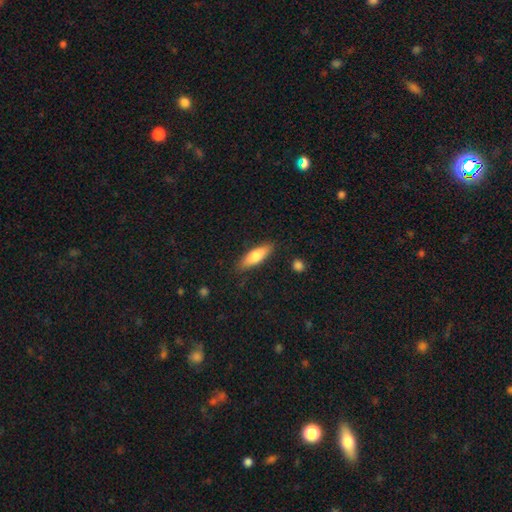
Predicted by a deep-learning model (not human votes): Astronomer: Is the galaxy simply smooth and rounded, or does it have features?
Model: smooth — 69%.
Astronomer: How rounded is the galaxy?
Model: cigar-shaped — 51% (runner-up: in between, 47%).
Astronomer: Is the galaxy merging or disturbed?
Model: none — 84%.